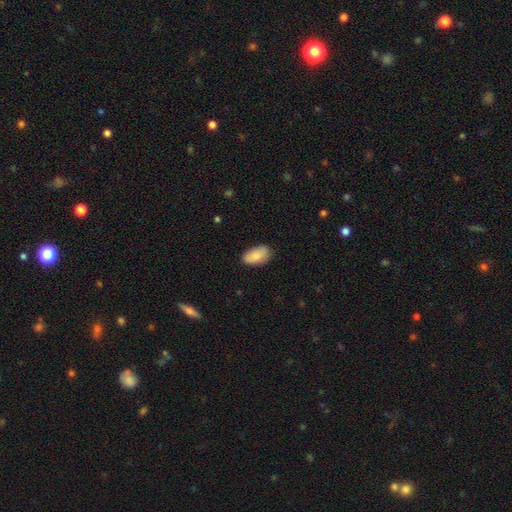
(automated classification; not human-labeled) A smooth galaxy with no disk features (86%) that is in between round and cigar-shaped (94%).

Vote fractions:
- Smooth or featured? smooth: 86% / featured or disk: 8% / star or artifact: 6%
- How rounded? in between: 94% / round: 3% / cigar-shaped: 2%
- Merging? none: 81% / minor disturbance: 16% / major disturbance: 3% / merger: 1%